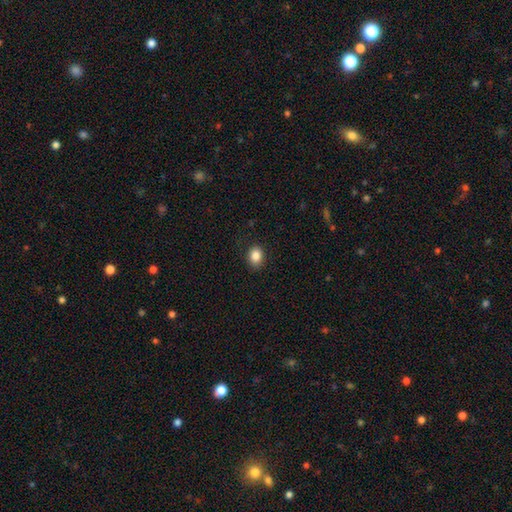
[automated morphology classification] Smooth or featured?
  - smooth: 86% *
  - star or artifact: 10%
  - featured or disk: 5%
How rounded?
  - in between: 52% *
  - round: 48%
  - cigar-shaped: 1%
Merging?
  - none: 87% *
  - minor disturbance: 10%
  - major disturbance: 2%
  - merger: 1%